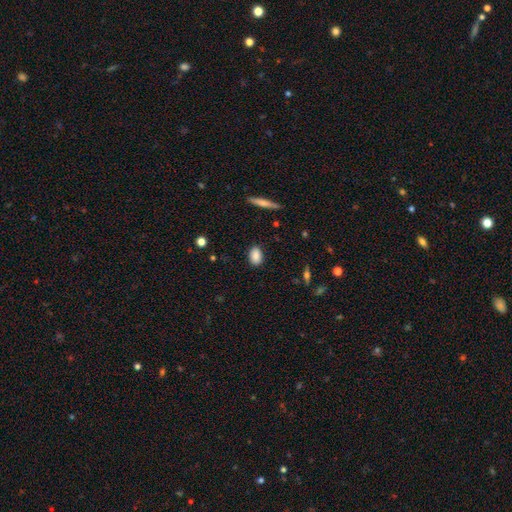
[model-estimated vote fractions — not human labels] A smooth galaxy with no disk features (86%) that is in between round and cigar-shaped (86%).

Vote fractions:
- Smooth or featured? smooth: 86% / star or artifact: 8% / featured or disk: 6%
- How rounded? in between: 86% / round: 12% / cigar-shaped: 3%
- Merging? none: 87% / minor disturbance: 9% / major disturbance: 2% / merger: 1%